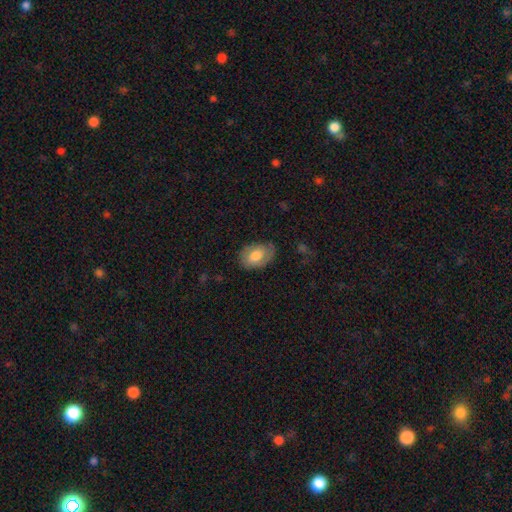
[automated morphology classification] Overall: smooth (62%; featured or disk 31%). How rounded: in between (87%). Merging: none (71%).